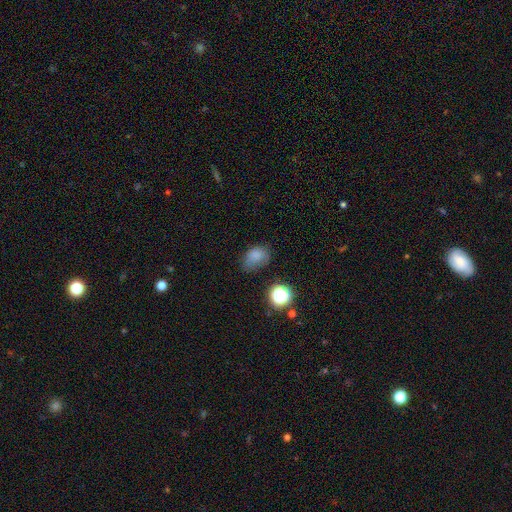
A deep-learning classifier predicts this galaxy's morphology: The model was most divided on "merging": none: 57%, minor disturbance: 29%, major disturbance: 10%, merger: 3%. More confident: smooth or featured — smooth (77%); how rounded — in between (71%).